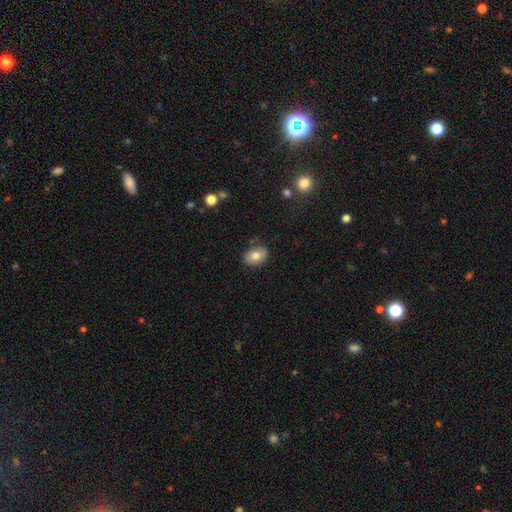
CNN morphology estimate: Smooth or featured: smooth — 78% (featured or disk — 14%)
How rounded: in between — 71% (round — 28%)
Merging: none — 81% (minor disturbance — 14%)